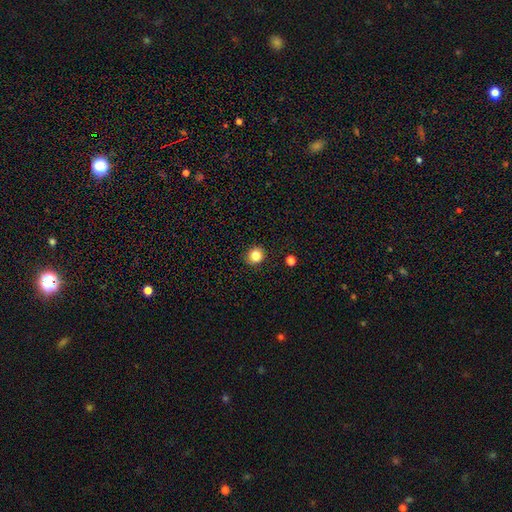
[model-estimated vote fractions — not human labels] Smooth or featured? smooth (83%)
How rounded? round (85%)
Merging? none (89%)